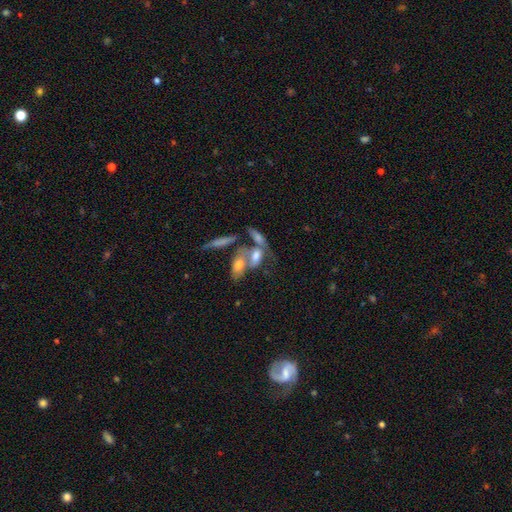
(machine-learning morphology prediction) Smooth or featured?
  - smooth: 53% *
  - featured or disk: 37%
  - star or artifact: 10%
How rounded?
  - in between: 78% *
  - cigar-shaped: 12%
  - round: 10%
Merging?
  - merger: 53% *
  - none: 24%
  - minor disturbance: 12%
  - major disturbance: 11%